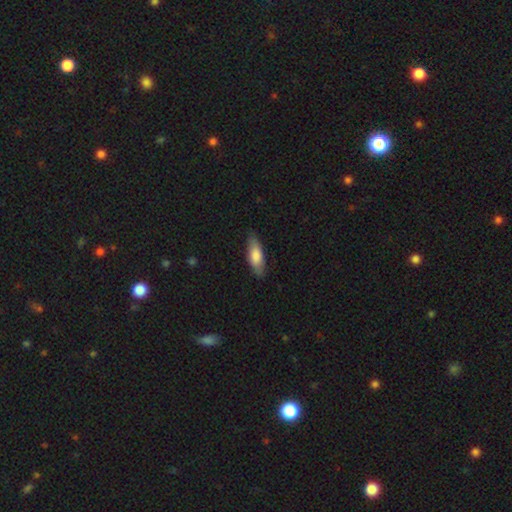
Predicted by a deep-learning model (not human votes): Smooth or featured?
  - smooth: 78% *
  - featured or disk: 17%
  - star or artifact: 5%
How rounded?
  - in between: 66% *
  - cigar-shaped: 32%
  - round: 2%
Merging?
  - none: 82% *
  - minor disturbance: 14%
  - major disturbance: 3%
  - merger: 1%